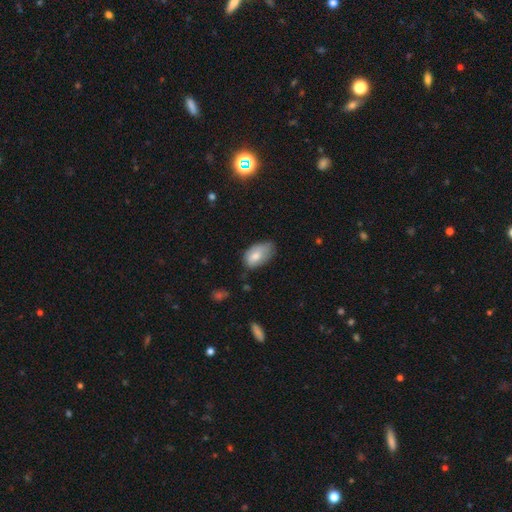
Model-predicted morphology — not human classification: type=smooth (76%); roundness=in between (93%); merging=none (45%).